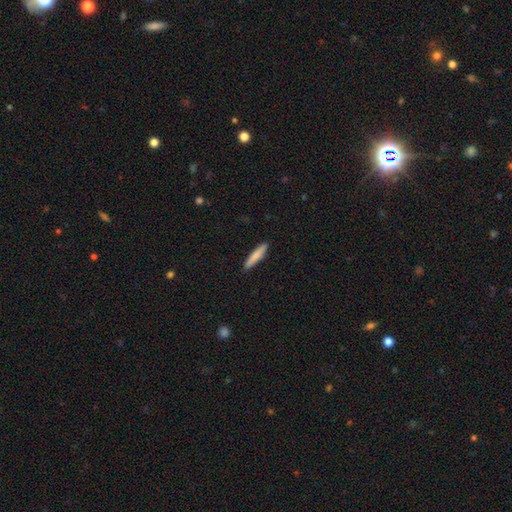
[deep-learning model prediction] Smooth or featured? Predicted: smooth (p=0.81). How rounded? Predicted: cigar-shaped (p=0.90). Merging? Predicted: none (p=0.91).